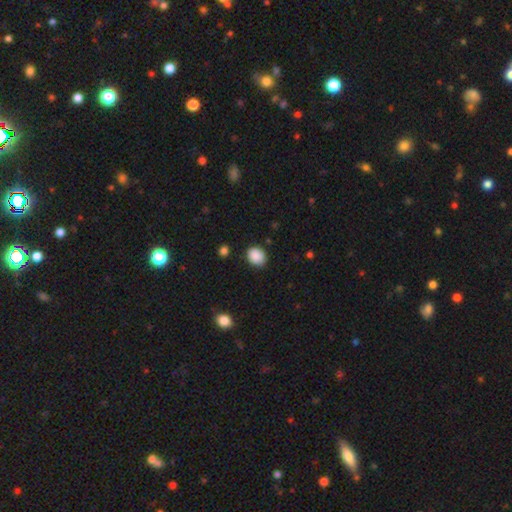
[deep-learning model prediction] This appears to be a smooth galaxy with no disk features (89%) that is round (56%). Merging: none (83%).